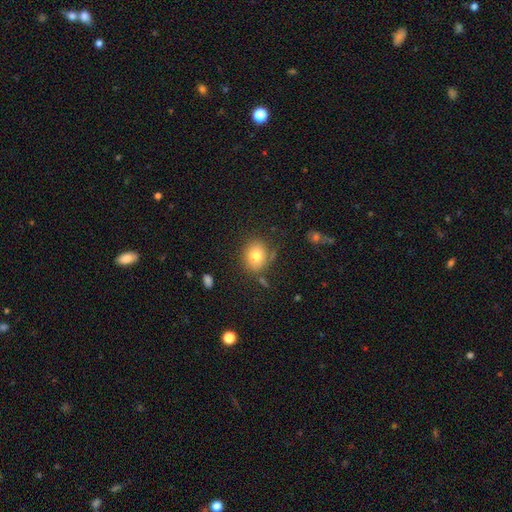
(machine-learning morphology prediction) Q: Smooth or featured?
A: smooth (77%); runner-up: featured or disk (12%)
Q: How rounded?
A: round (61%); runner-up: in between (38%)
Q: Merging?
A: none (74%); runner-up: minor disturbance (16%)